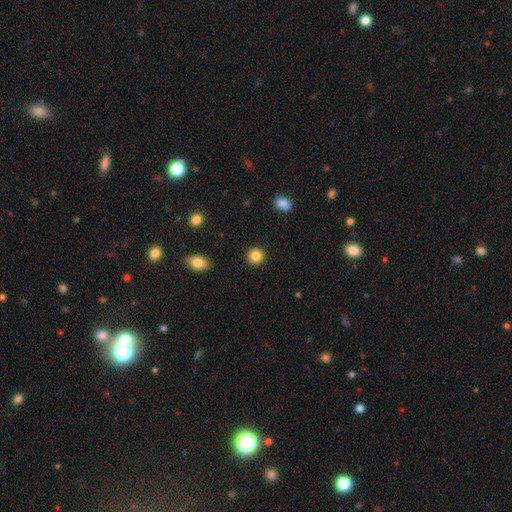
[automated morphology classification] Smooth or featured?
  - smooth: 86% *
  - star or artifact: 10%
  - featured or disk: 4%
How rounded?
  - round: 92% *
  - in between: 7%
  - cigar-shaped: 1%
Merging?
  - none: 92% *
  - minor disturbance: 5%
  - major disturbance: 2%
  - merger: 1%